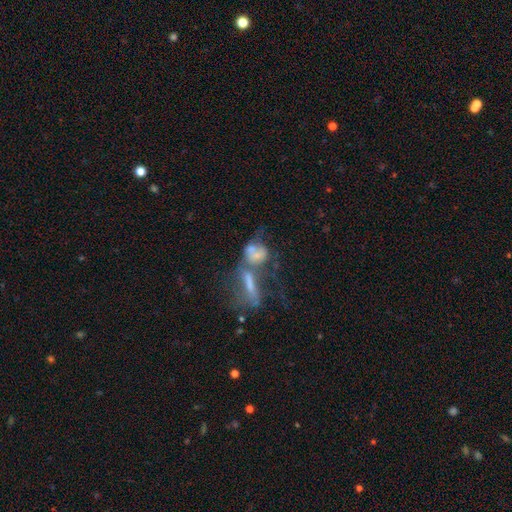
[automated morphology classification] The model was most divided on "smooth or featured": featured or disk: 53%, smooth: 28%, star or artifact: 19%. More confident: edge-on disk — no (79%); merging — merger (62%).